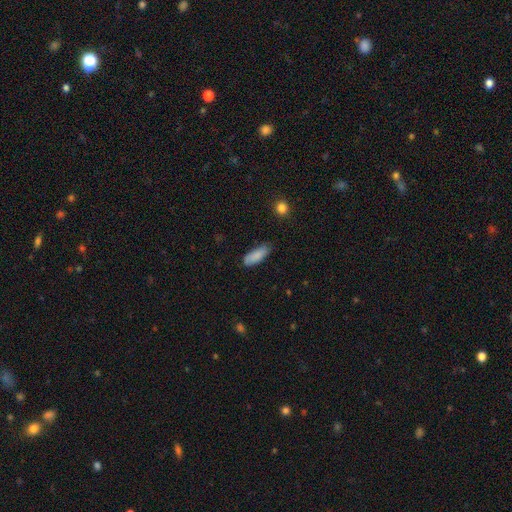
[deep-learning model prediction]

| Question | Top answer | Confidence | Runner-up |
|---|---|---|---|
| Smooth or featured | smooth | 87% | featured or disk (7%) |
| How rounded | in between | 70% | cigar-shaped (29%) |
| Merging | none | 74% | minor disturbance (21%) |